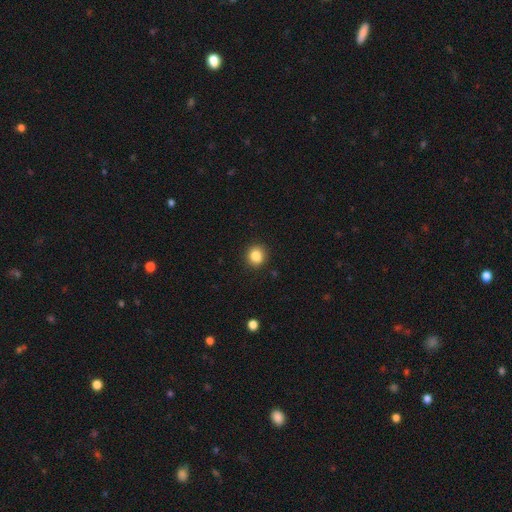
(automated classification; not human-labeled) This is clearly a smooth galaxy (86%). How rounded: clearly round (81%). Merging: clearly none (89%).